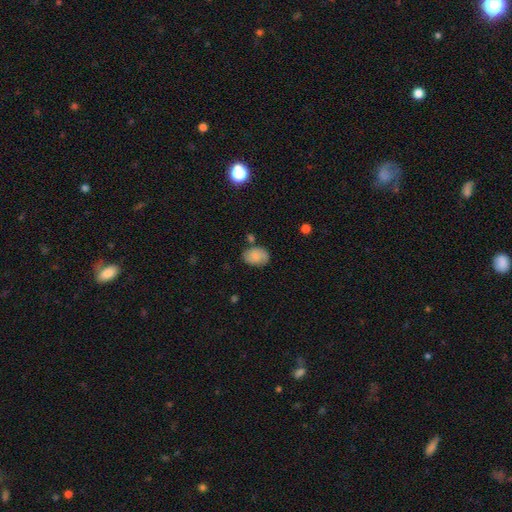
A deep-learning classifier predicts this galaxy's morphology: Smooth or featured? smooth (70%)
How rounded? in between (73%)
Merging? none (68%)